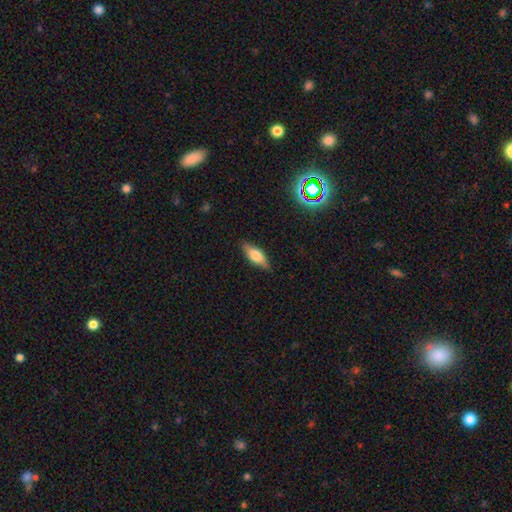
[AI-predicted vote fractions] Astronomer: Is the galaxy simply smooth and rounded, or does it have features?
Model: smooth — 64%.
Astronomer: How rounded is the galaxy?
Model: in between — 66%.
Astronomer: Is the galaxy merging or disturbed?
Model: none — 85%.